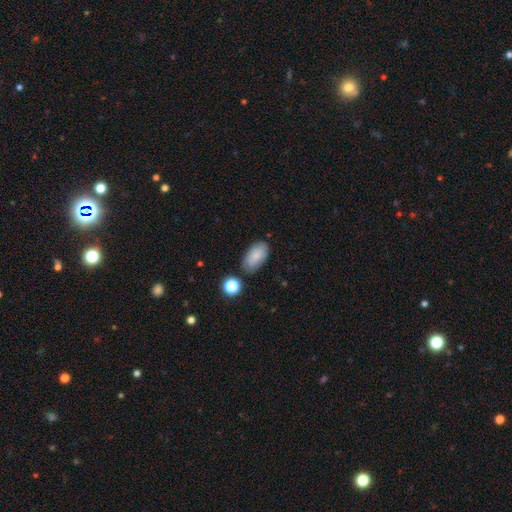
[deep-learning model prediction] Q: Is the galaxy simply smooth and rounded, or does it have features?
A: smooth — 82%.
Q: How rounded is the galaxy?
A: in between — 94%.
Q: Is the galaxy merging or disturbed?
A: none — 77%.